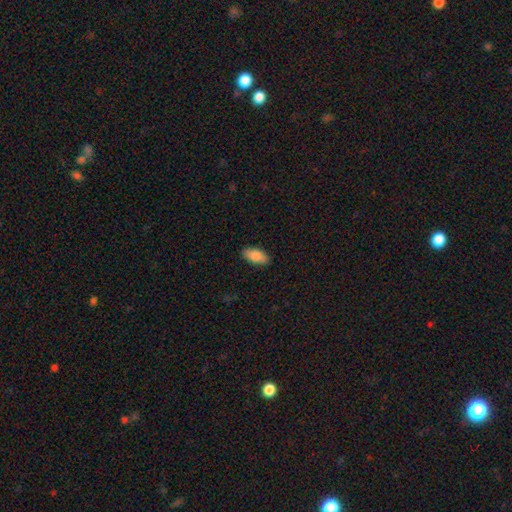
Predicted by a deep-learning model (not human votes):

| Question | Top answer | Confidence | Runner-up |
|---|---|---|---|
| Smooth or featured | smooth | 87% | featured or disk (6%) |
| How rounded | in between | 91% | cigar-shaped (7%) |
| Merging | none | 89% | minor disturbance (8%) |